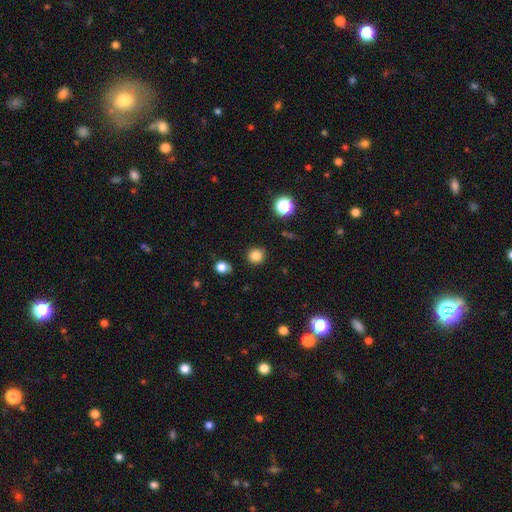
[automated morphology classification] smooth_or_featured: smooth (p=0.84) [alt: star or artifact p=0.13]
how_rounded: round (p=0.91) [alt: in between p=0.08]
merging: none (p=0.89) [alt: minor disturbance p=0.07]